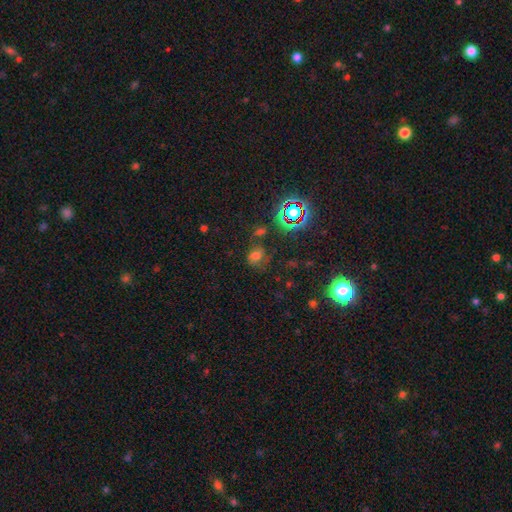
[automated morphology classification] Smooth or featured? Predicted: smooth (p=0.52). How rounded? Predicted: round (p=0.55). Merging? Predicted: none (p=0.52).